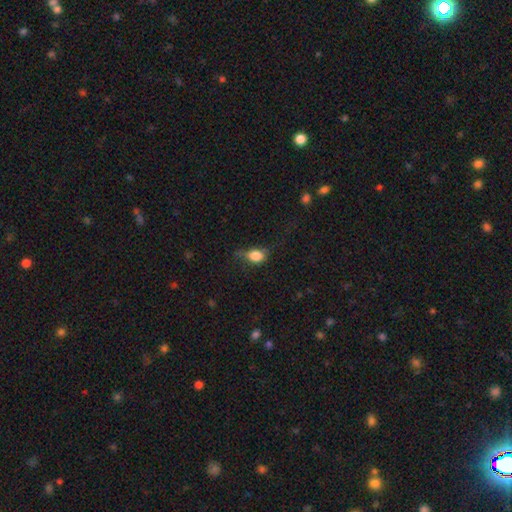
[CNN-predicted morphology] This is likely a smooth galaxy (78%). How rounded: likely in between (66%). Merging: marginally none (43%).